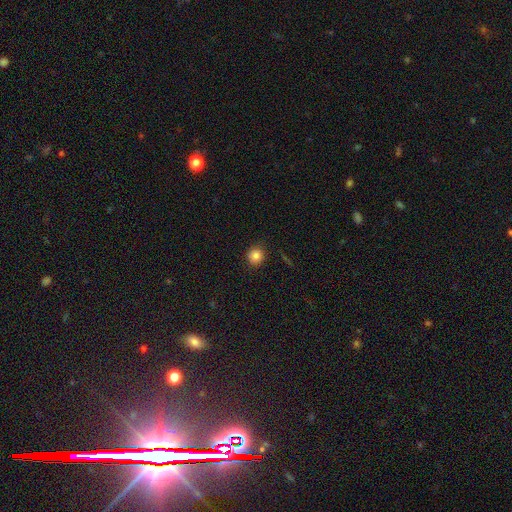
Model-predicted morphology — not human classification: The model was most divided on "smooth or featured": smooth: 83%, star or artifact: 11%, featured or disk: 6%. More confident: how rounded — round (92%); merging — none (90%).